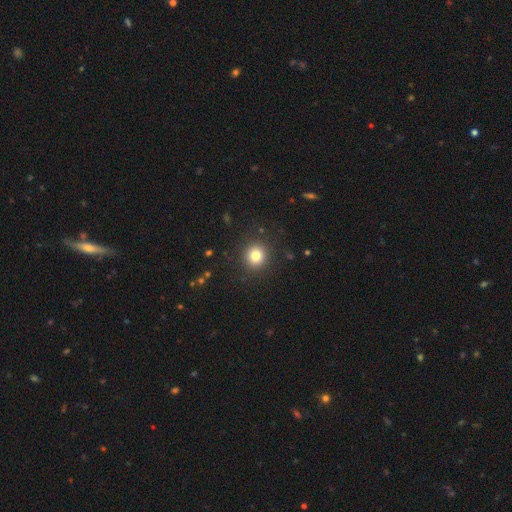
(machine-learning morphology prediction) This is likely a smooth galaxy (80%). How rounded: clearly round (90%). Merging: clearly none (90%).